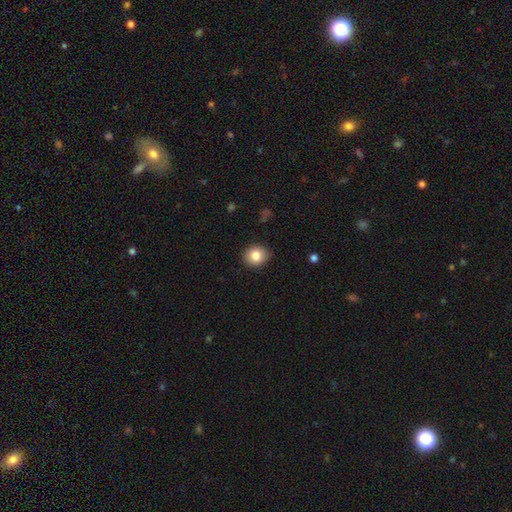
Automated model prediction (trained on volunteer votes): Q: Smooth or featured?
A: smooth (83%); runner-up: star or artifact (9%)
Q: How rounded?
A: round (76%); runner-up: in between (23%)
Q: Merging?
A: none (89%); runner-up: minor disturbance (8%)